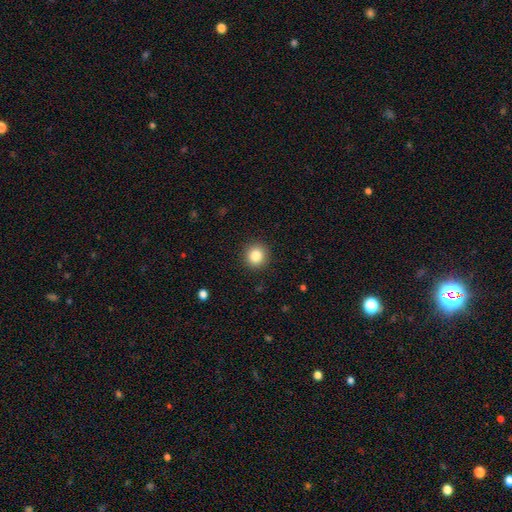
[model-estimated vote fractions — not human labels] Overall: smooth (85%). How rounded: round (91%). Merging: none (91%).